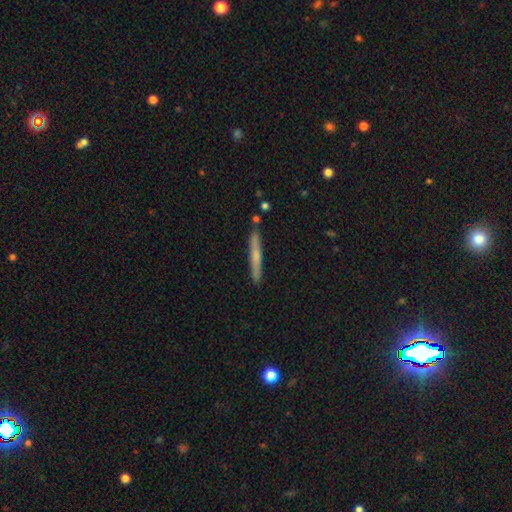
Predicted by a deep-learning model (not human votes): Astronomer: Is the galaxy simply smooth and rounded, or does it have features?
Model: smooth — 51% (runner-up: featured or disk, 43%).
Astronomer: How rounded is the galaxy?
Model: cigar-shaped — 96%.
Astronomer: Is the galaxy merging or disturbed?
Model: none — 88%.